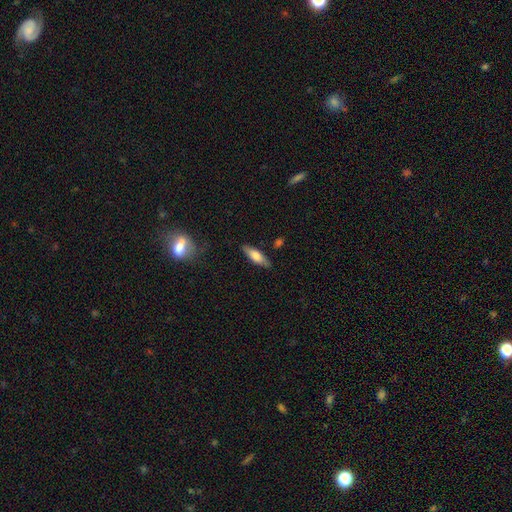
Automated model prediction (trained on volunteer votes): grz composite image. It shows a smooth galaxy with no disk features (68%) that is in between round and cigar-shaped (51%). Merging: none (81%).